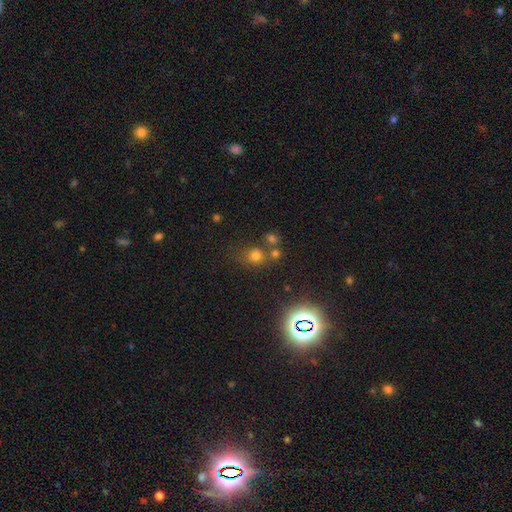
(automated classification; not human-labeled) Smooth or featured? smooth (68%)
How rounded? round (80%)
Merging? none (60%)